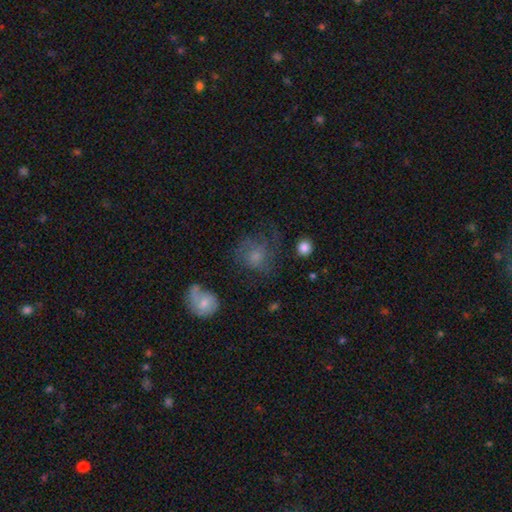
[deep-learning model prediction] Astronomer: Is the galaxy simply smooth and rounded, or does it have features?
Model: smooth — 50% (runner-up: featured or disk, 37%).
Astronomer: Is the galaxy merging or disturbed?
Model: none — 50% (runner-up: major disturbance, 25%).